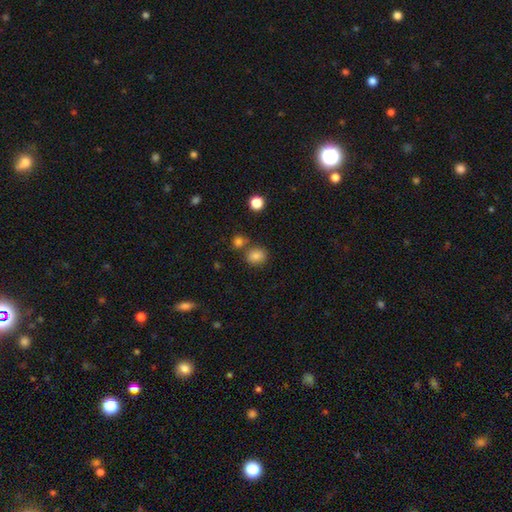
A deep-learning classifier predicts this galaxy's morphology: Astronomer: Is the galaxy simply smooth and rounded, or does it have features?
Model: smooth — 83%.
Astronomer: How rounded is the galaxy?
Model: round — 63%.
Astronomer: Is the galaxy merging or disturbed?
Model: none — 69%.